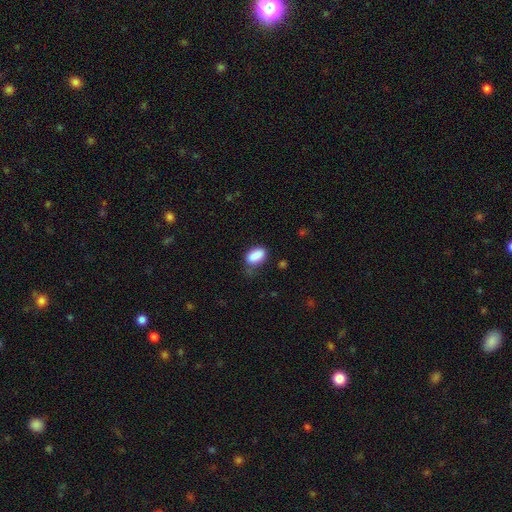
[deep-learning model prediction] Smooth or featured: smooth — 88% (star or artifact — 8%)
How rounded: in between — 90% (round — 8%)
Merging: none — 62% (minor disturbance — 28%)